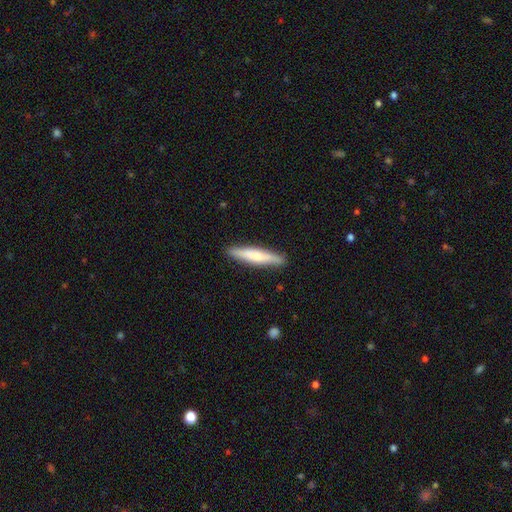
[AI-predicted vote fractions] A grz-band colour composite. It shows a smooth galaxy with no disk features (64%) that is cigar-shaped (89%). Merging: none (88%).